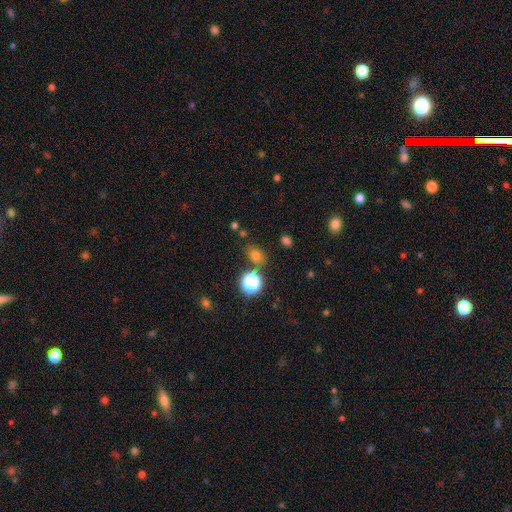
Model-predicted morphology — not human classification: The model was most divided on "how rounded": in between: 58%, round: 41%, cigar-shaped: 2%. More confident: merging — none (77%); smooth or featured — smooth (71%).